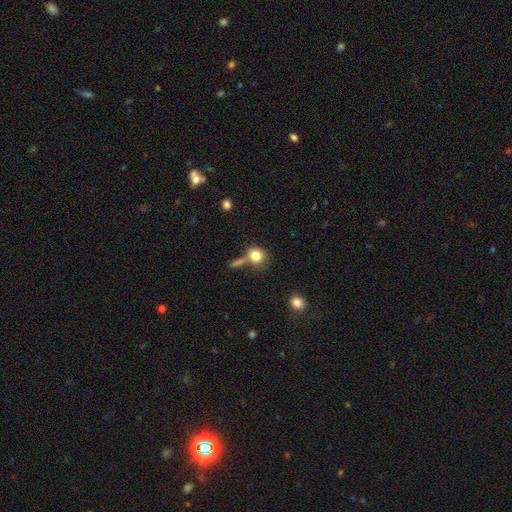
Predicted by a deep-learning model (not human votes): This is likely a smooth galaxy (80%). How rounded: likely round (79%). Merging: possibly none (48%).